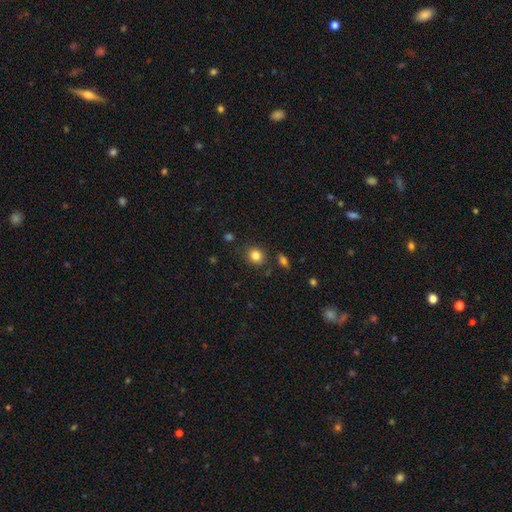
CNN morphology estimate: smooth 83%, star or artifact 11%, featured or disk 6%. Down the decision tree: how rounded — round (81%); merging — none (83%).